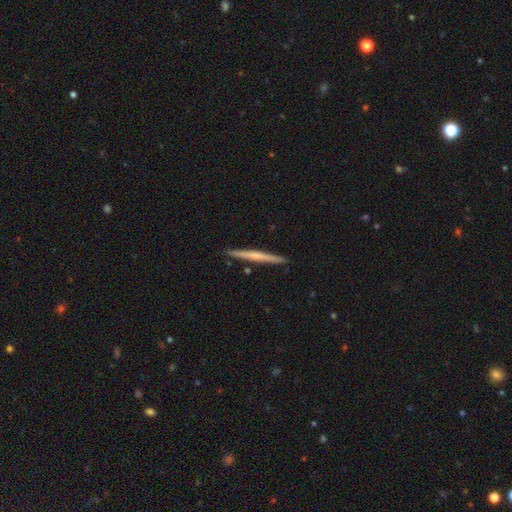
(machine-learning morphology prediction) Smooth or featured? Predicted: featured or disk (p=0.49). Merging? Predicted: none (p=0.92).